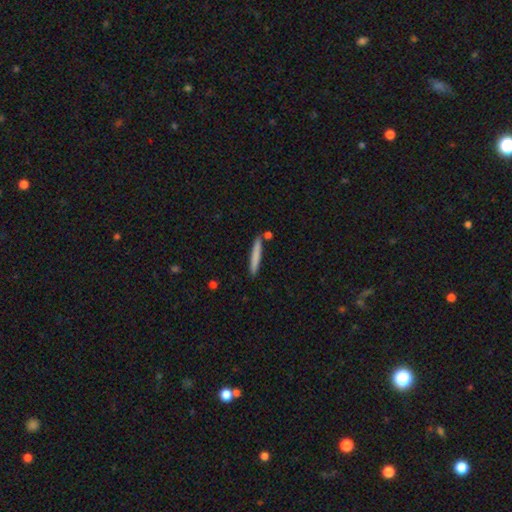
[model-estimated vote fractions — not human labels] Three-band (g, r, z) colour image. It shows a smooth galaxy with no disk features (76%) that is cigar-shaped (95%). Merging: none (84%).